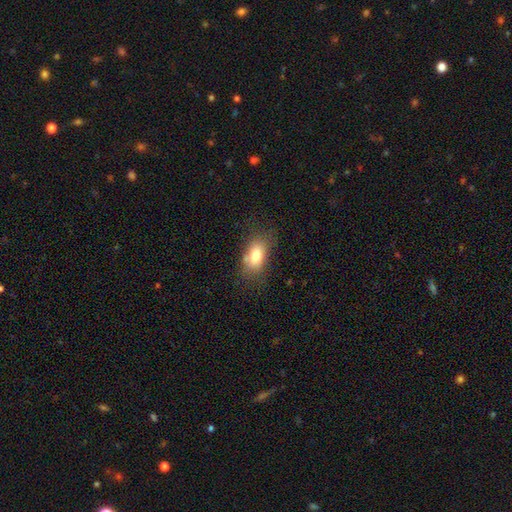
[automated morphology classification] A smooth galaxy with no disk features (78%) that is in between round and cigar-shaped (87%). Merging: none (64%).